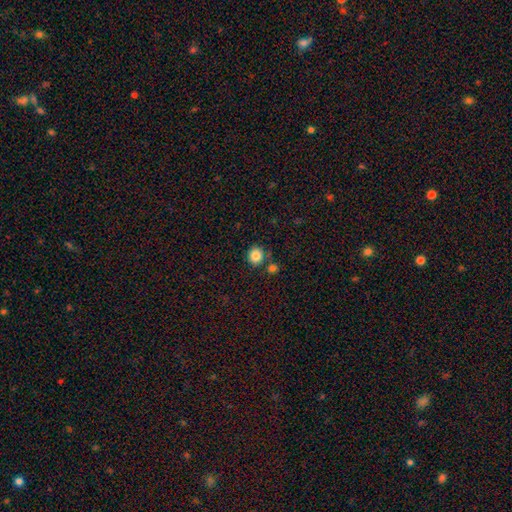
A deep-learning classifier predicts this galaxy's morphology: smooth_or_featured: smooth (p=0.85) [alt: star or artifact p=0.10]
how_rounded: round (p=0.88) [alt: in between p=0.11]
merging: none (p=0.78) [alt: merger p=0.10]